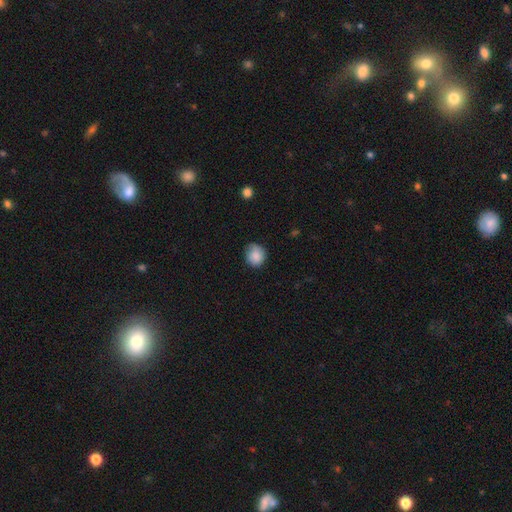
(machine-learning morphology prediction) Q: Smooth or featured?
A: smooth (87%); runner-up: star or artifact (8%)
Q: How rounded?
A: round (81%); runner-up: in between (18%)
Q: Merging?
A: none (73%); runner-up: minor disturbance (22%)